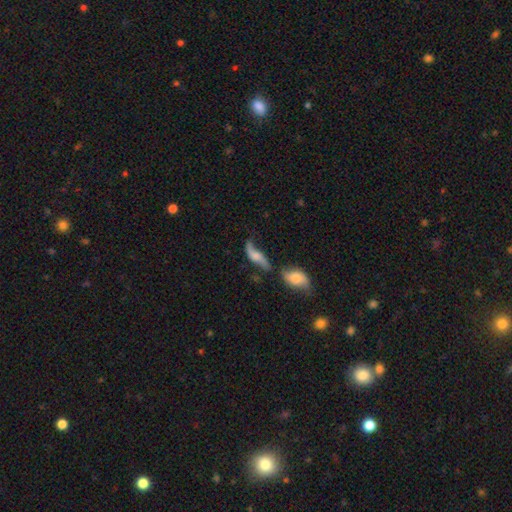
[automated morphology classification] Smooth or featured? Predicted: featured or disk (p=0.65). Edge-on disk? Predicted: no (p=0.78). Bar? Predicted: no (p=0.61). Spiral arms? Predicted: yes (p=0.86). Bulge size? Predicted: moderate (p=0.33). Merging? Predicted: none (p=0.42).